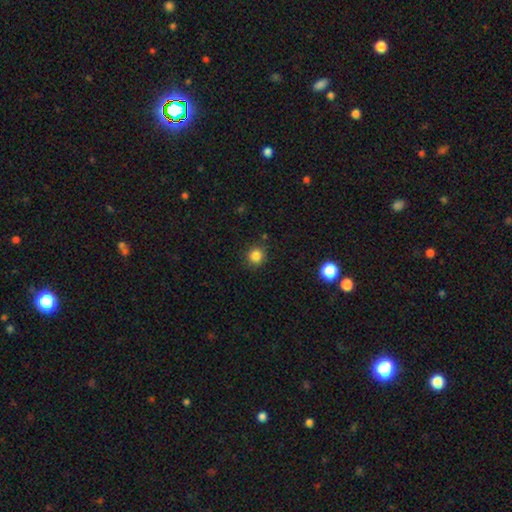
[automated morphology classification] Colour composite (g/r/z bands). It shows a smooth galaxy with no disk features (84%) that is round (90%). Merging: none (89%).